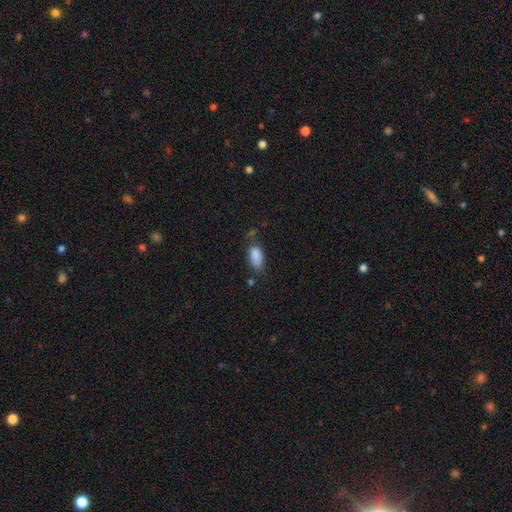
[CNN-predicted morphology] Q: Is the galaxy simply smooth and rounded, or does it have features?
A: smooth — 87%.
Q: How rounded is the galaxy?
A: in between — 90%.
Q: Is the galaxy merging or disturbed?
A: none — 58%.